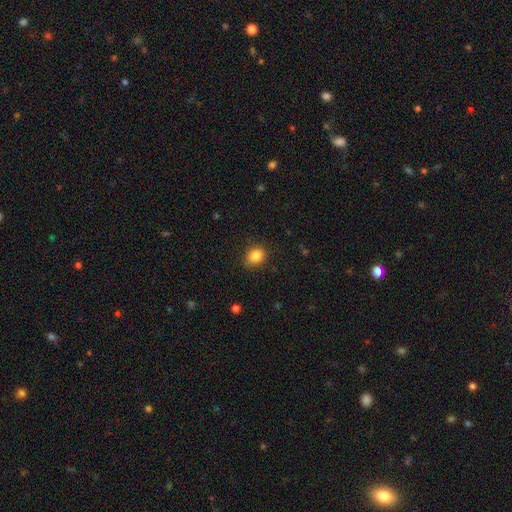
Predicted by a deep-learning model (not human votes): Q: Smooth or featured?
A: smooth (86%); runner-up: star or artifact (10%)
Q: How rounded?
A: in between (51%); runner-up: round (48%)
Q: Merging?
A: none (83%); runner-up: minor disturbance (13%)